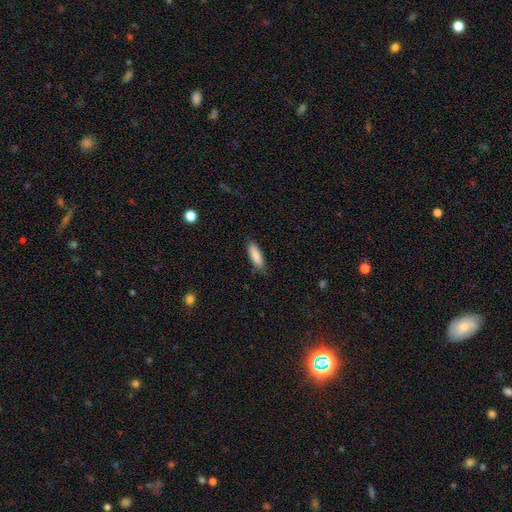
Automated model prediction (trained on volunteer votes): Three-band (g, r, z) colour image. It shows a smooth galaxy with no disk features (86%) that is in between round and cigar-shaped (54%). Merging: none (81%).